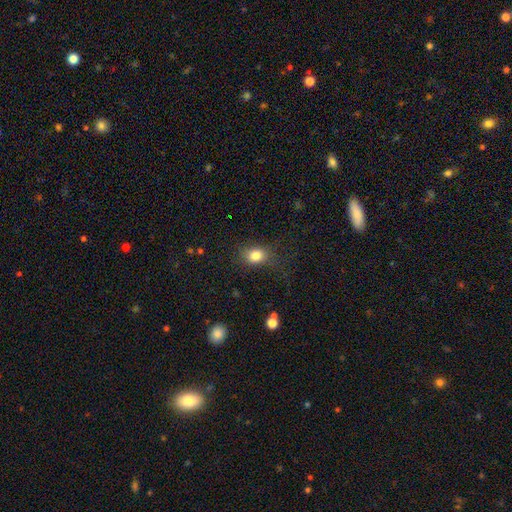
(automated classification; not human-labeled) Morphology: type=smooth (82%); roundness=in between (55%); merging=none (71%).